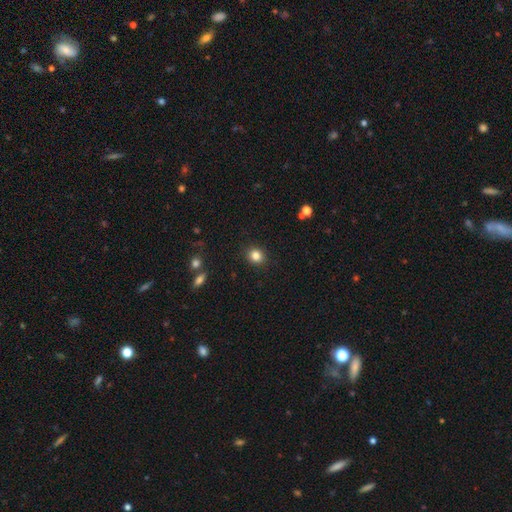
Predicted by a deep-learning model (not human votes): Smooth or featured?
  - smooth: 84% *
  - star or artifact: 11%
  - featured or disk: 5%
How rounded?
  - round: 78% *
  - in between: 21%
  - cigar-shaped: 1%
Merging?
  - none: 91% *
  - minor disturbance: 6%
  - major disturbance: 2%
  - merger: 1%